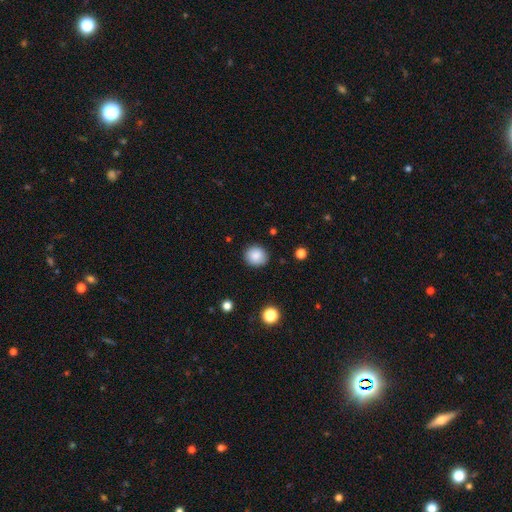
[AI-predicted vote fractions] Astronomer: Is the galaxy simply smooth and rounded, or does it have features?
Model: smooth — 87%.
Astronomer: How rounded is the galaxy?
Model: round — 85%.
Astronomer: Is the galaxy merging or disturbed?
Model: none — 87%.